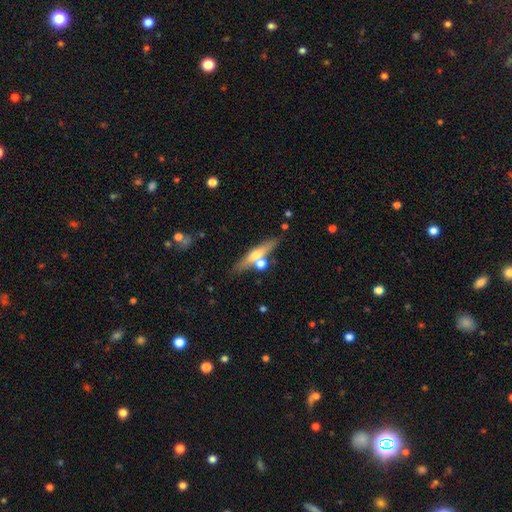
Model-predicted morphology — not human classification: Smooth or featured? featured or disk (52%)
Edge-on disk? yes (91%)
Merging? none (71%)